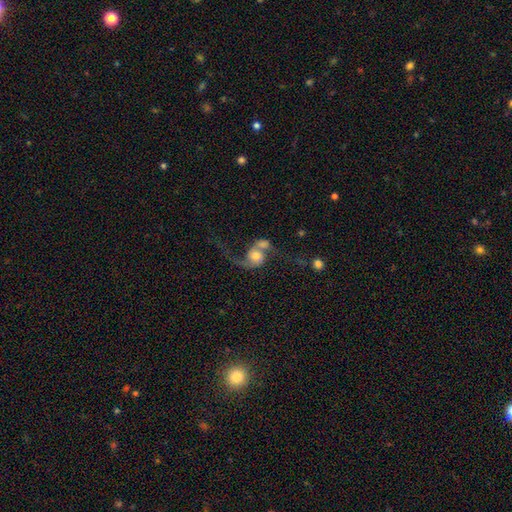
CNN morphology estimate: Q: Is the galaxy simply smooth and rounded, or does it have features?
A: featured or disk — 69%.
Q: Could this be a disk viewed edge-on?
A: no — 96%.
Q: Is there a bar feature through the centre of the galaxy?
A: no — 69%.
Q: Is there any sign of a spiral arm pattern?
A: yes — 87%.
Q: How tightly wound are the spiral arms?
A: loose — 85%.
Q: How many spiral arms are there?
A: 2 — 79%.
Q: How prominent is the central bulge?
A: moderate — 51%.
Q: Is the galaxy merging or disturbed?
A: merger — 55%.